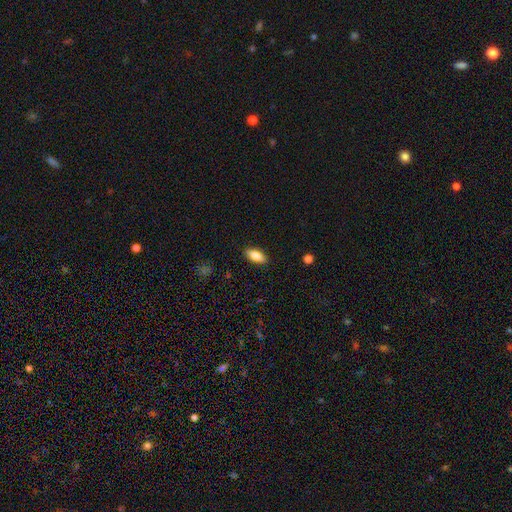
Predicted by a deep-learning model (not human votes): Morphology: type=smooth (83%); roundness=in between (85%); merging=none (89%).